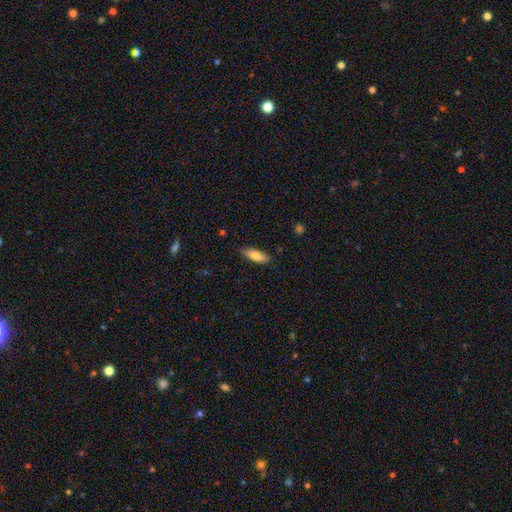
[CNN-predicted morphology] smooth_or_featured: smooth (p=0.80) [alt: featured or disk p=0.14]
how_rounded: in between (p=0.66) [alt: cigar-shaped p=0.32]
merging: none (p=0.85) [alt: minor disturbance p=0.12]